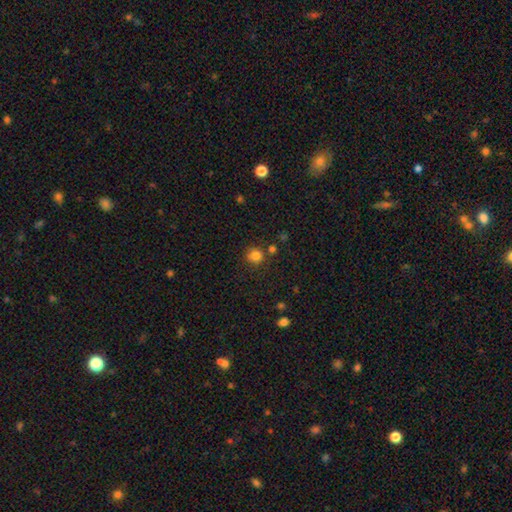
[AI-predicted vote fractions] Smooth or featured? Predicted: smooth (p=0.82). How rounded? Predicted: round (p=0.92). Merging? Predicted: none (p=0.79).